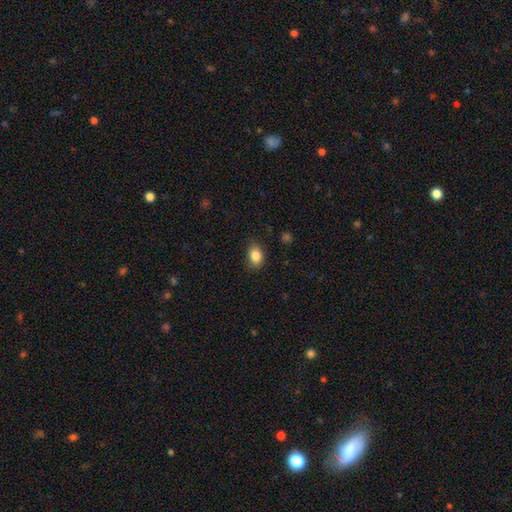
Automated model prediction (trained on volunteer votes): A smooth galaxy with no disk features (85%) that is in between round and cigar-shaped (74%).

Vote fractions:
- Smooth or featured? smooth: 85% / star or artifact: 9% / featured or disk: 6%
- How rounded? in between: 74% / round: 24% / cigar-shaped: 1%
- Merging? none: 83% / minor disturbance: 13% / major disturbance: 3% / merger: 1%